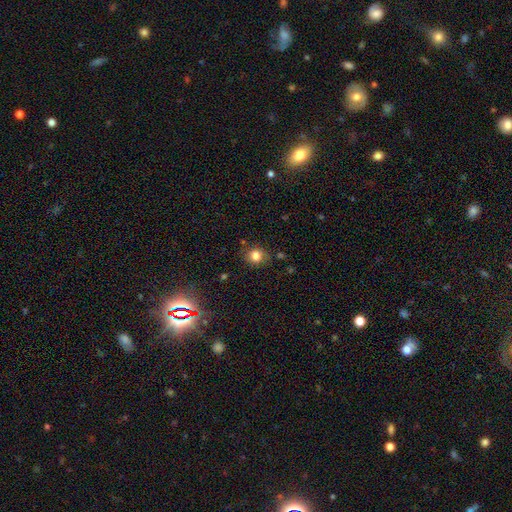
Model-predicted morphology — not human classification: Smooth or featured?
  - smooth: 81% *
  - star or artifact: 12%
  - featured or disk: 7%
How rounded?
  - round: 81% *
  - in between: 18%
  - cigar-shaped: 1%
Merging?
  - none: 83% *
  - minor disturbance: 12%
  - major disturbance: 3%
  - merger: 3%